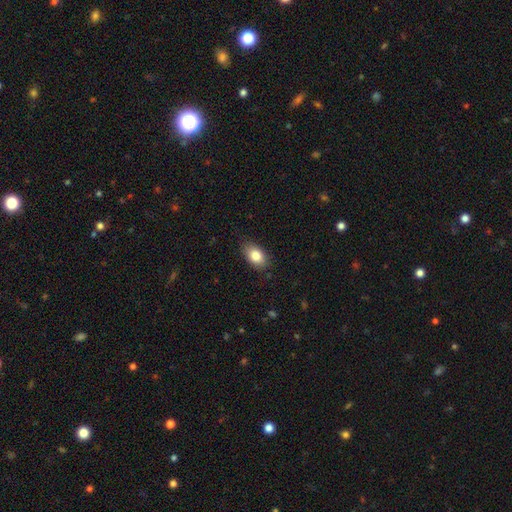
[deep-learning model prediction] Q: Smooth or featured?
A: smooth (83%); runner-up: featured or disk (9%)
Q: How rounded?
A: in between (87%); runner-up: round (11%)
Q: Merging?
A: none (83%); runner-up: minor disturbance (14%)